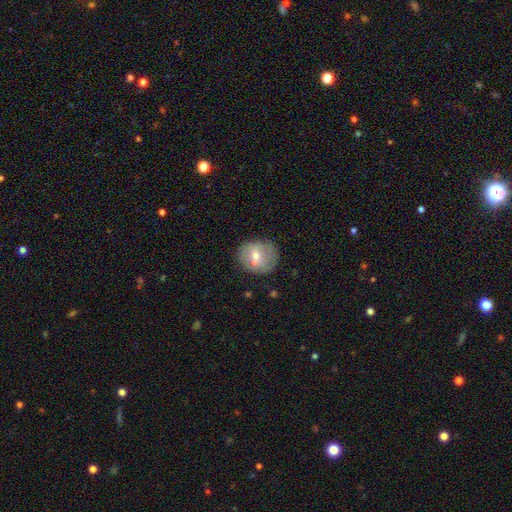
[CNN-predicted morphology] Smooth or featured? smooth (53%)
How rounded? round (81%)
Merging? none (69%)